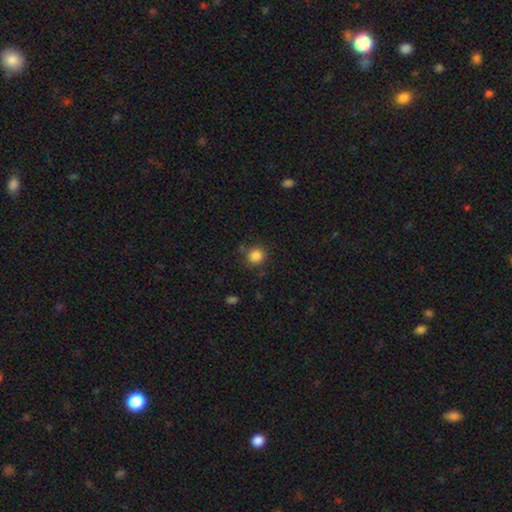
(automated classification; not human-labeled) smooth 85%, star or artifact 10%, featured or disk 4%. Down the decision tree: how rounded — round (90%); merging — none (81%).